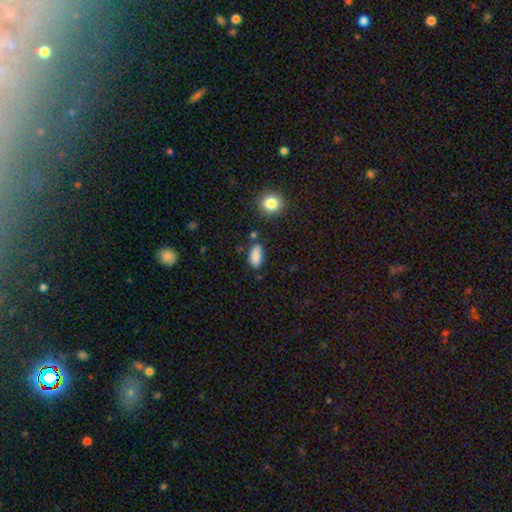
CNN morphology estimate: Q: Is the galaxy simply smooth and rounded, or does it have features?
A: smooth — 87%.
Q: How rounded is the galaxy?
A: in between — 87%.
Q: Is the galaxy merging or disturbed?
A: none — 76%.